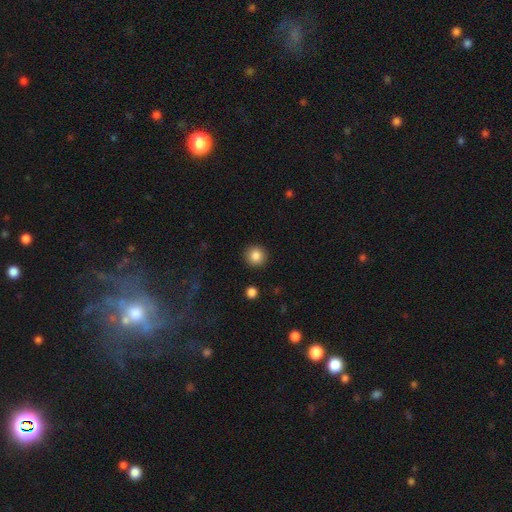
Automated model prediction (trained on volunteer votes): Smooth or featured? smooth (86%)
How rounded? round (94%)
Merging? none (92%)